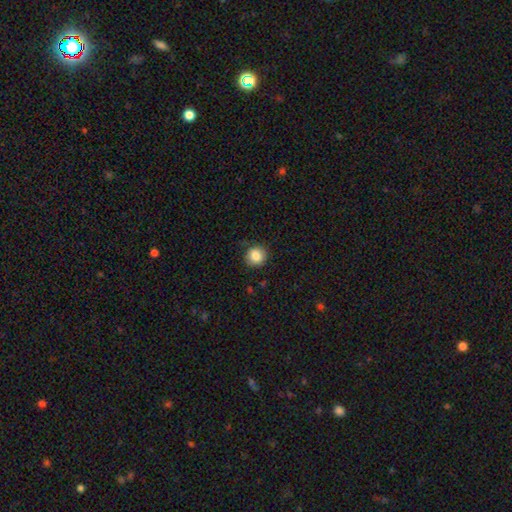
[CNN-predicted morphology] smooth-or-featured: smooth: 84% | star or artifact: 9% | featured or disk: 6%
  how-rounded: round: 91% | in between: 8% | cigar-shaped: 1%
  merging: none: 85% | minor disturbance: 11% | major disturbance: 3% | merger: 1%